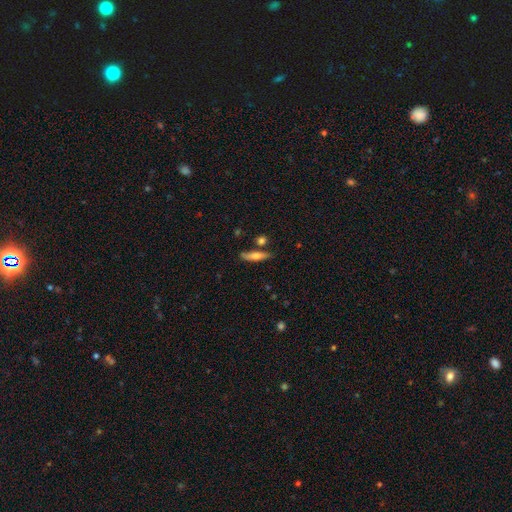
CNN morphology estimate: This appears to be a smooth galaxy with no disk features (62%) that is cigar-shaped (77%). Merging: none (75%).